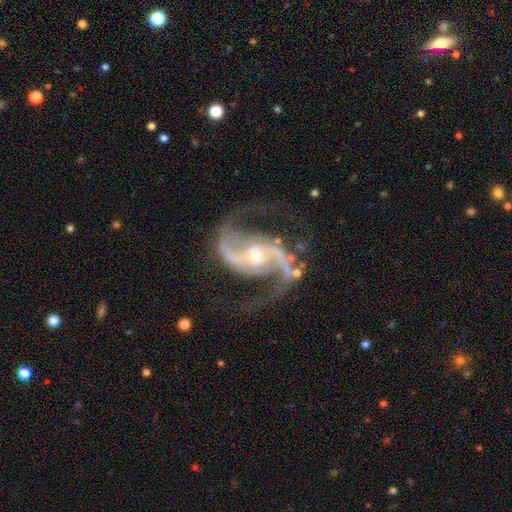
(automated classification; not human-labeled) Morphology: type=featured or disk (94%); edge-on=no (98%); bar=weak (37%); spiral arms=yes (99%); winding=medium (52%); arm count=2 (94%); bulge=moderate (50%); merging=none (76%).